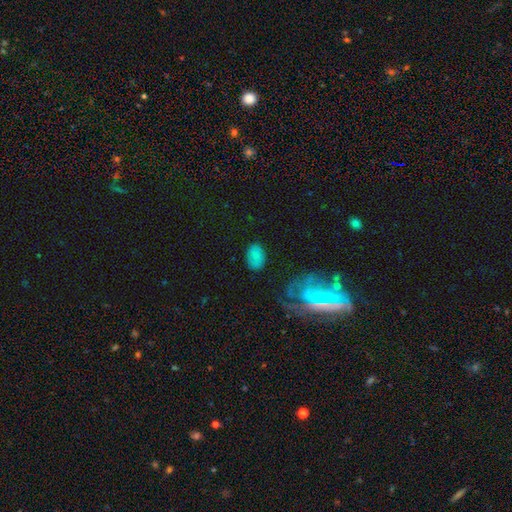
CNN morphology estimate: Smooth or featured? Predicted: smooth (p=0.79). How rounded? Predicted: in between (p=0.87). Merging? Predicted: none (p=0.79).